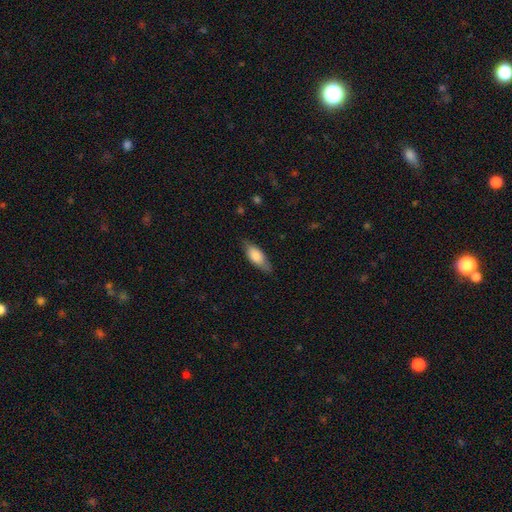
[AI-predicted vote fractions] smooth-or-featured: smooth: 79% | featured or disk: 15% | star or artifact: 6%
  how-rounded: in between: 76% | cigar-shaped: 22% | round: 2%
  merging: none: 77% | minor disturbance: 18% | major disturbance: 4% | merger: 1%